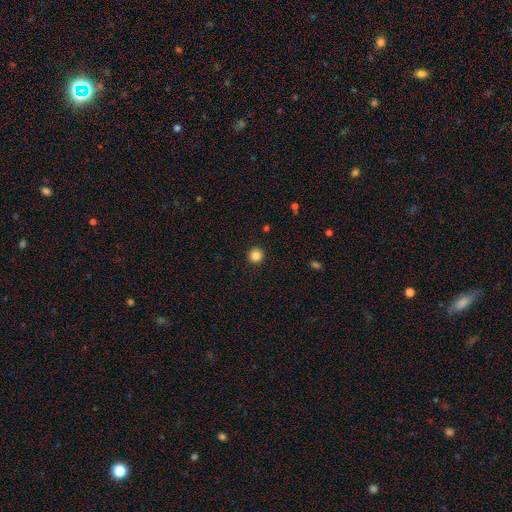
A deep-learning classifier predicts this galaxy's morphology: smooth 84%, star or artifact 11%, featured or disk 4%. Down the decision tree: how rounded — round (94%); merging — none (93%).